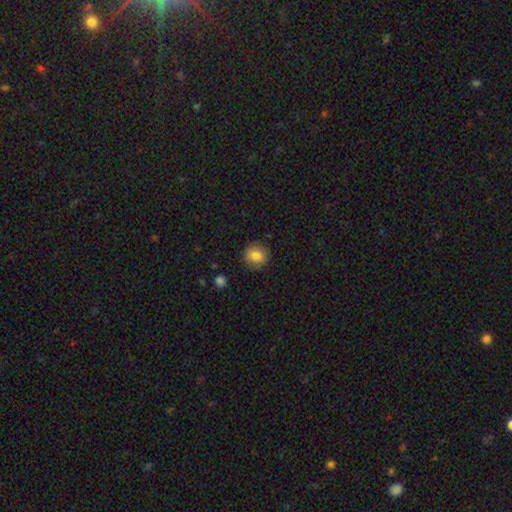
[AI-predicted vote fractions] A smooth galaxy with no disk features (82%) that is round (89%).

Vote fractions:
- Smooth or featured? smooth: 82% / star or artifact: 9% / featured or disk: 9%
- How rounded? round: 89% / in between: 10% / cigar-shaped: 1%
- Merging? none: 88% / minor disturbance: 8% / major disturbance: 2% / merger: 1%